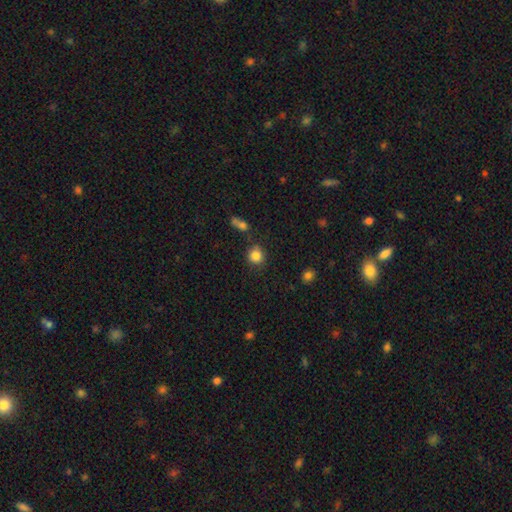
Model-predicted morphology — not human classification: This appears to be a smooth galaxy with no disk features (84%) that is round (87%). Merging: none (81%).